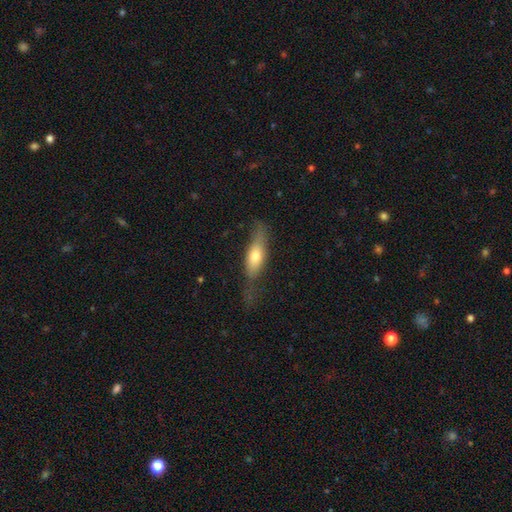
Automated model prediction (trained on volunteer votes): Smooth or featured? smooth (61%)
How rounded? cigar-shaped (50%)
Merging? none (52%)